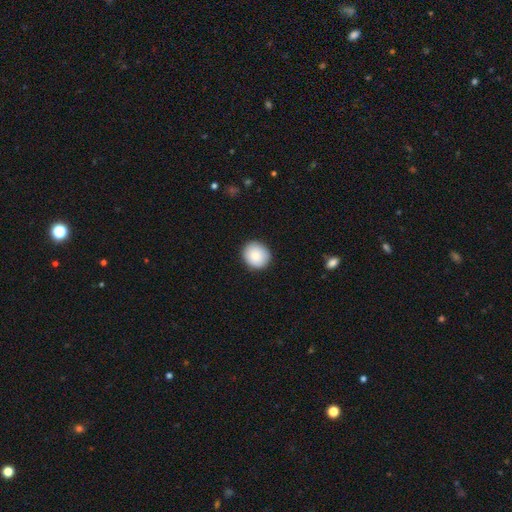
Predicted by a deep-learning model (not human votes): Q: Smooth or featured?
A: smooth (86%); runner-up: star or artifact (7%)
Q: How rounded?
A: round (87%); runner-up: in between (13%)
Q: Merging?
A: none (90%); runner-up: minor disturbance (7%)